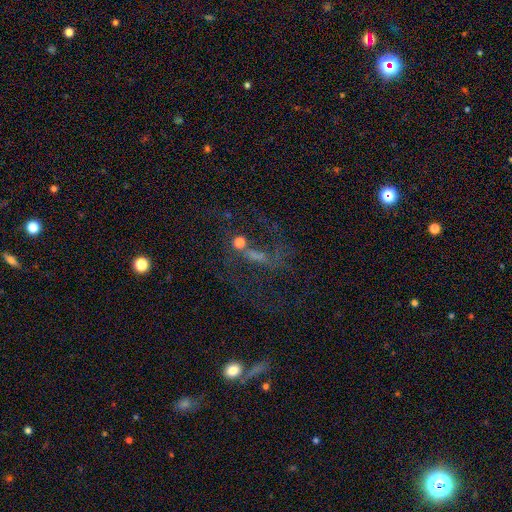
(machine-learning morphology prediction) A featured or disk galaxy (56%) with no bar (47%), spiral arms (61%) and a small central bulge (37%).

Vote fractions:
- Smooth or featured? featured or disk: 56% / star or artifact: 27% / smooth: 17%
- Edge-on disk? no: 94% / yes: 6%
- Bar? no: 47% / weak: 34% / strong: 19%
- Spiral arms? yes: 61% / no: 39%
- Bulge size? small: 37% / none: 33% / moderate: 24% / large: 4% / dominant: 2%
- Merging? none: 42% / major disturbance: 31% / minor disturbance: 14% / merger: 13%